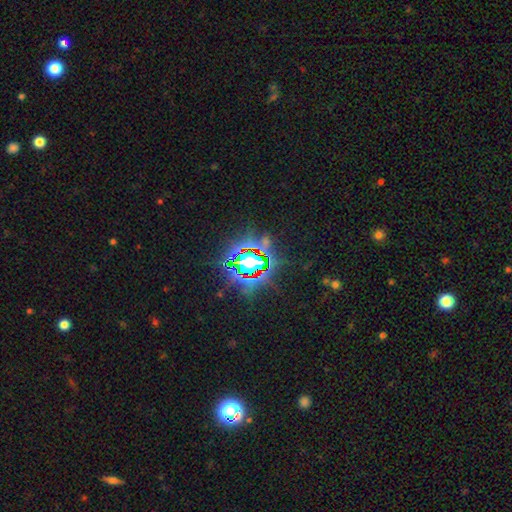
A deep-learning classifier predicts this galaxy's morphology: This appears to be a star or artifact, not a galaxy (81%).